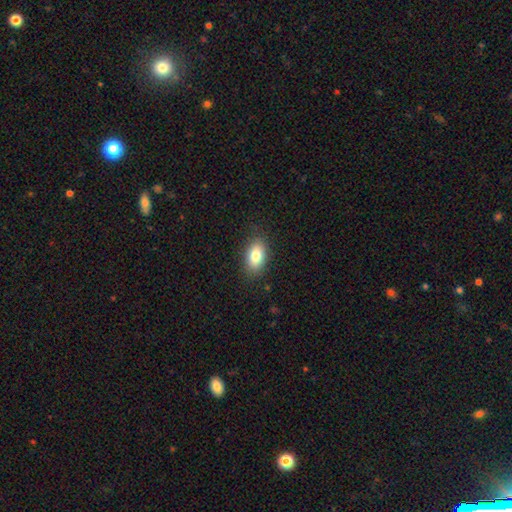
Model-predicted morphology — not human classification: smooth-or-featured: smooth: 81% | featured or disk: 11% | star or artifact: 8%
  how-rounded: in between: 89% | round: 8% | cigar-shaped: 3%
  merging: none: 87% | minor disturbance: 10% | major disturbance: 3% | merger: 1%